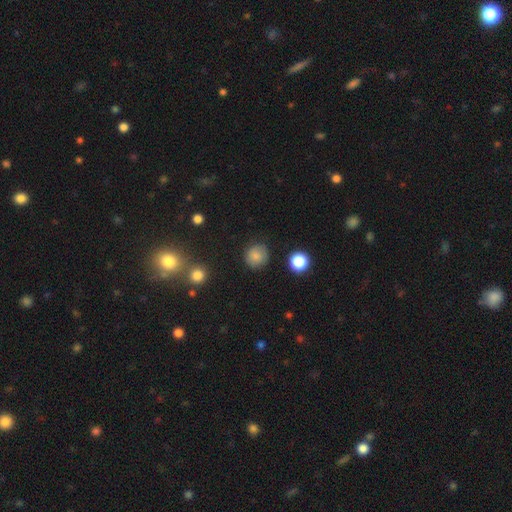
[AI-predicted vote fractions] smooth 82%, star or artifact 11%, featured or disk 7%. Down the decision tree: how rounded — round (89%); merging — none (85%).